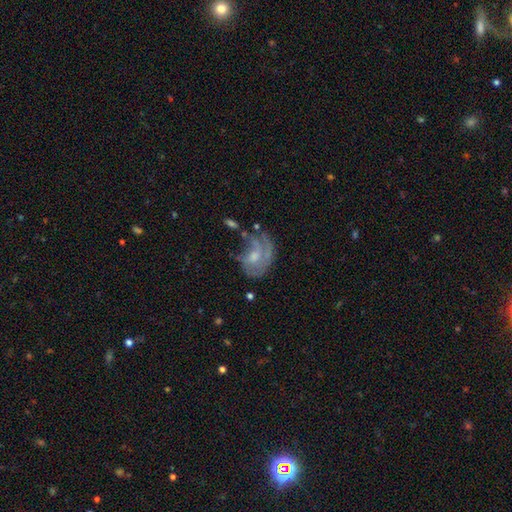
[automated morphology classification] smooth-or-featured: featured or disk: 66% | smooth: 25% | star or artifact: 8%
  disk-edge-on: no: 97% | yes: 3%
    bar: no: 72% | weak: 25% | strong: 4%
    has-spiral-arms: yes: 70% | no: 30%
    bulge-size: moderate: 48% | small: 34% | none: 12% | large: 5% | dominant: 1%
  merging: none: 35% | major disturbance: 34% | minor disturbance: 24% | merger: 7%